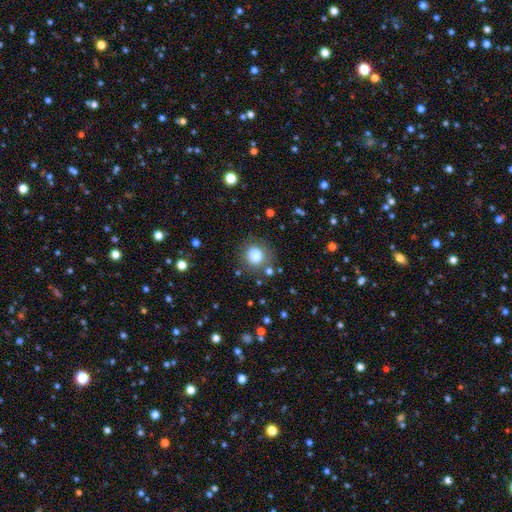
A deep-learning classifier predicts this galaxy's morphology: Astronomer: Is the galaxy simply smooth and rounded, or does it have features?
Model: smooth — 82%.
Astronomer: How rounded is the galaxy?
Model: round — 83%.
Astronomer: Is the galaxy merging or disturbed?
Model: none — 79%.